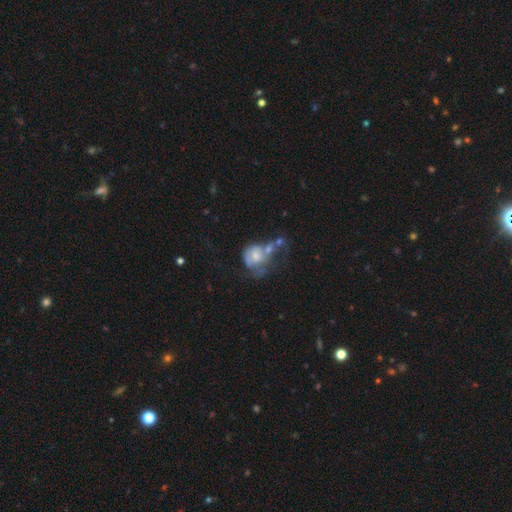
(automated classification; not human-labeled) A featured or disk galaxy (46%). Merging: merger (39%).